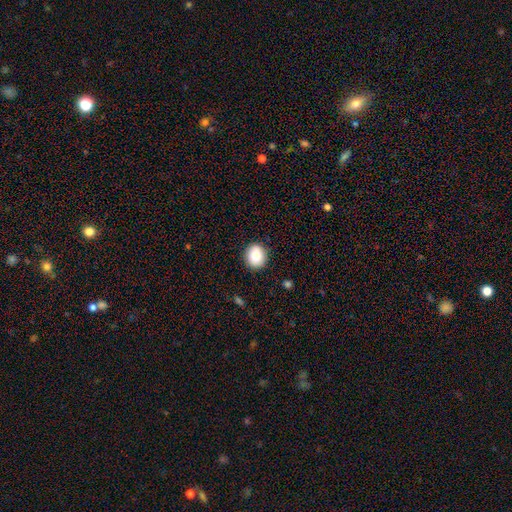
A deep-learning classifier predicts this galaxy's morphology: A smooth galaxy with no disk features (87%) that is round (65%). Merging: none (88%).